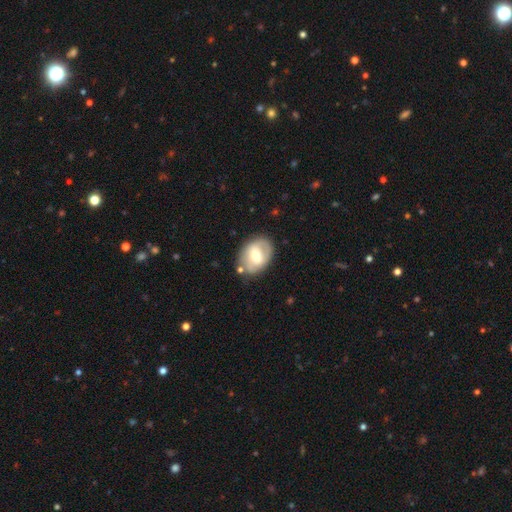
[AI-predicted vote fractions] A featured or disk galaxy (50%). Merging: none (73%).